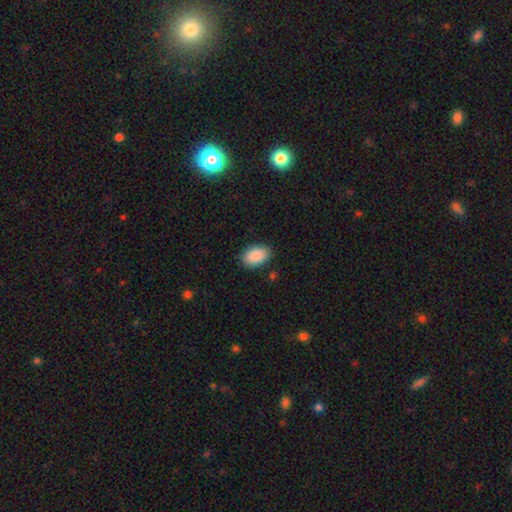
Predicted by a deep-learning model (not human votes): A smooth galaxy with no disk features (88%) that is in between round and cigar-shaped (91%).

Vote fractions:
- Smooth or featured? smooth: 88% / star or artifact: 7% / featured or disk: 6%
- How rounded? in between: 91% / round: 8% / cigar-shaped: 1%
- Merging? none: 87% / minor disturbance: 9% / major disturbance: 2% / merger: 1%